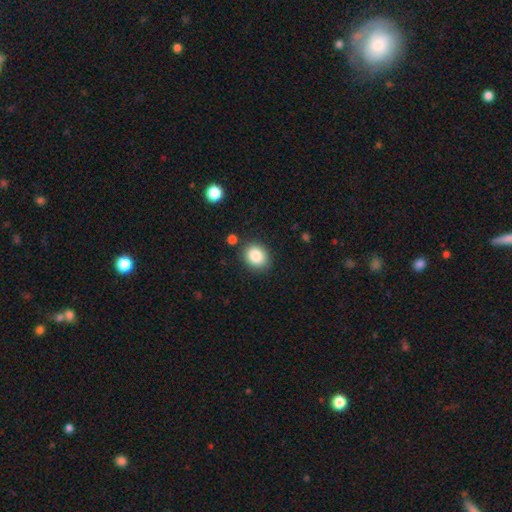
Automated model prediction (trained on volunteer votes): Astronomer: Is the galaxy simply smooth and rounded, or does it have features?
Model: smooth — 85%.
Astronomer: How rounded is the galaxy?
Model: round — 58% (runner-up: in between, 41%).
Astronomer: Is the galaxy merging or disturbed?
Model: none — 85%.